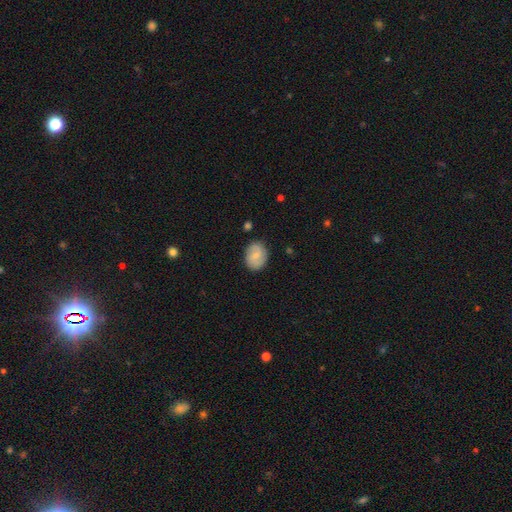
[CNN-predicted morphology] smooth-or-featured: smooth: 60% | featured or disk: 33% | star or artifact: 7%
  how-rounded: in between: 50% | round: 48% | cigar-shaped: 1%
  merging: none: 83% | minor disturbance: 13% | major disturbance: 3% | merger: 2%